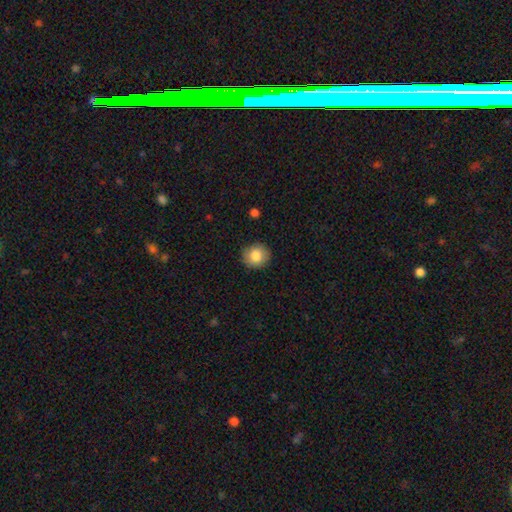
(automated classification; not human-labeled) Q: Smooth or featured?
A: smooth (84%); runner-up: star or artifact (8%)
Q: How rounded?
A: round (86%); runner-up: in between (13%)
Q: Merging?
A: none (88%); runner-up: minor disturbance (9%)